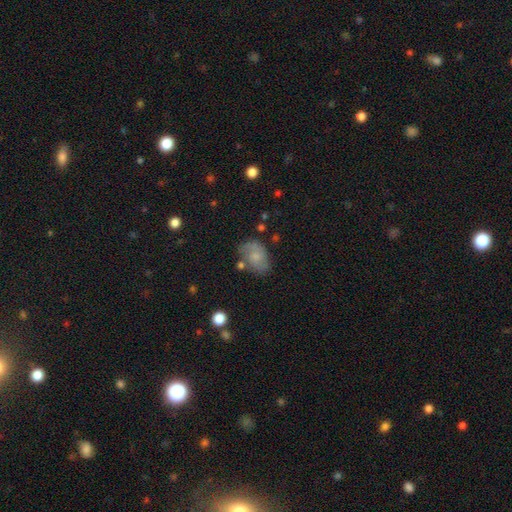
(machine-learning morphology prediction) smooth-or-featured: smooth: 57% | featured or disk: 33% | star or artifact: 9%
  how-rounded: in between: 78% | round: 21% | cigar-shaped: 1%
  merging: none: 56% | minor disturbance: 26% | major disturbance: 11% | merger: 6%